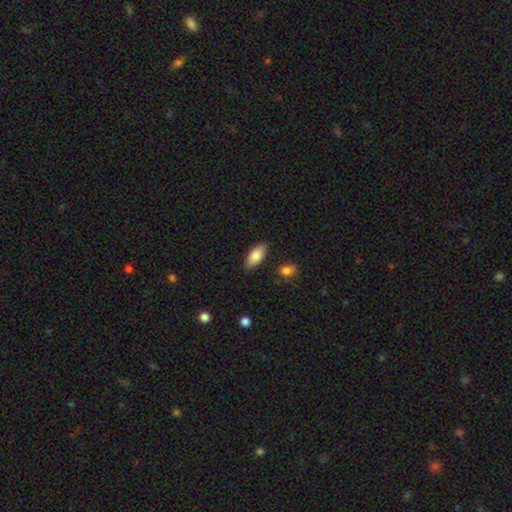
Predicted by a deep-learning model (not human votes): A smooth galaxy with no disk features (84%) that is in between round and cigar-shaped (87%). Merging: none (84%).